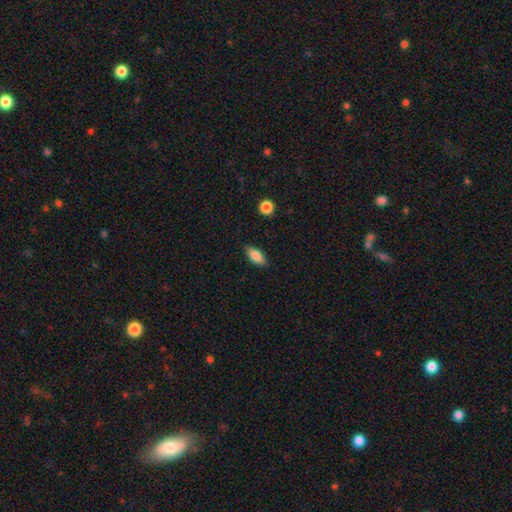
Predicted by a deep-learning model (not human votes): smooth-or-featured: smooth: 82% | featured or disk: 11% | star or artifact: 7%
  how-rounded: in between: 84% | cigar-shaped: 12% | round: 3%
  merging: none: 86% | minor disturbance: 11% | major disturbance: 2% | merger: 1%